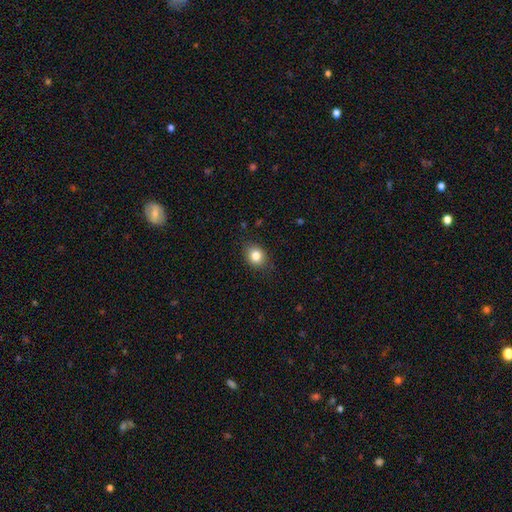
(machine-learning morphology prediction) Smooth or featured? Predicted: smooth (p=0.82). How rounded? Predicted: round (p=0.55). Merging? Predicted: none (p=0.83).